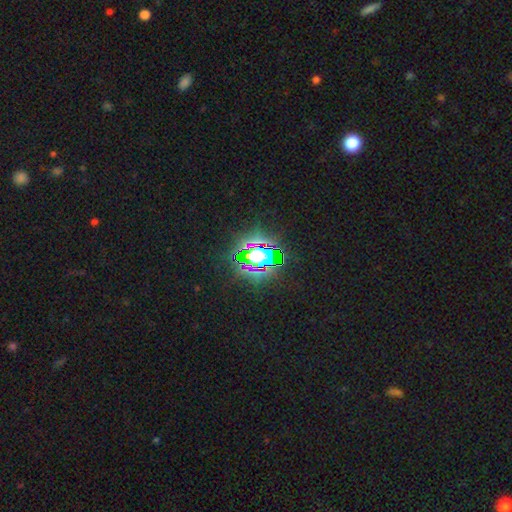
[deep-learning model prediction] Smooth or featured?
  - star or artifact: 64% *
  - smooth: 20%
  - featured or disk: 15%